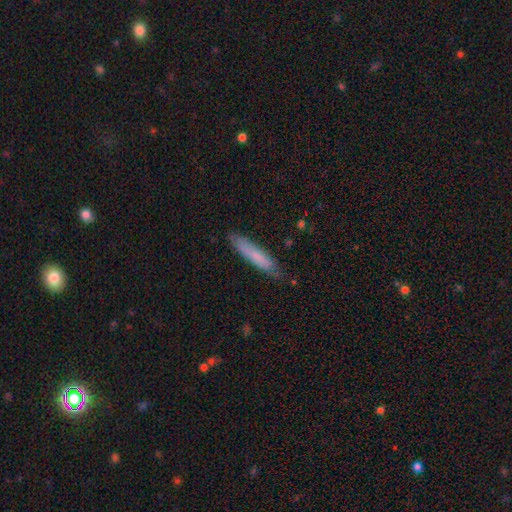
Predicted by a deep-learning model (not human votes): smooth 75%, featured or disk 19%, star or artifact 6%. Down the decision tree: how rounded — cigar-shaped (88%); merging — none (79%).